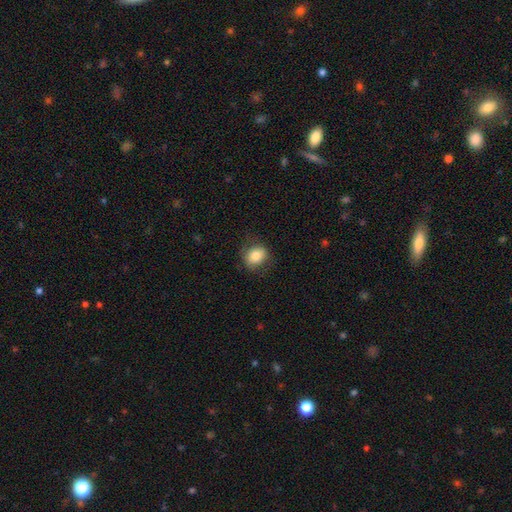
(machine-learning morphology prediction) Smooth or featured? Predicted: smooth (p=0.81). How rounded? Predicted: round (p=0.63). Merging? Predicted: none (p=0.77).